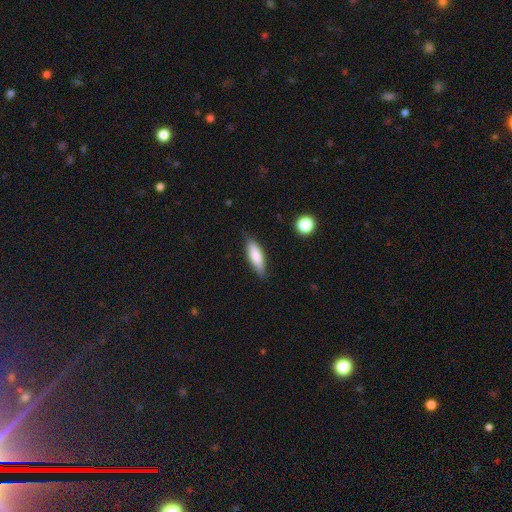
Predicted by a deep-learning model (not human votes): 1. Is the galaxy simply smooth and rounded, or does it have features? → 79% smooth, 15% featured or disk, 6% star or artifact.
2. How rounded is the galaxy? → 57% in between, 41% cigar-shaped, 2% round.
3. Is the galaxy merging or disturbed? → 78% none, 17% minor disturbance, 3% major disturbance, 1% merger.